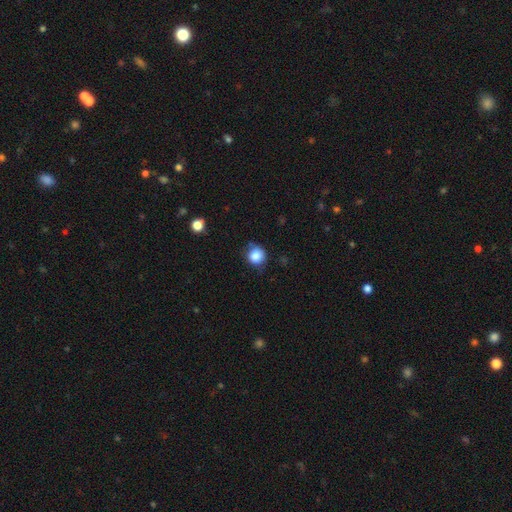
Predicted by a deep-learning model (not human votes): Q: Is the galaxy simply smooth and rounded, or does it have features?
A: smooth — 84%.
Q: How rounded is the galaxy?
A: round — 88%.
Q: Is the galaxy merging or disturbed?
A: none — 75%.